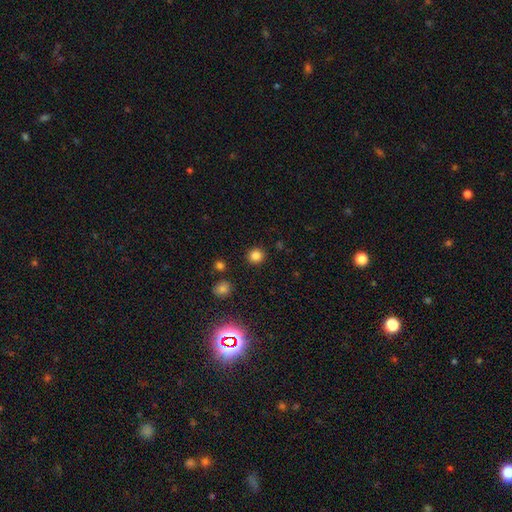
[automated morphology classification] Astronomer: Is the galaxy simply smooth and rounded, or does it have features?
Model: smooth — 83%.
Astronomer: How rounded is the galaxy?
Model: round — 93%.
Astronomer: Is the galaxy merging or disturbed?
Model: none — 91%.